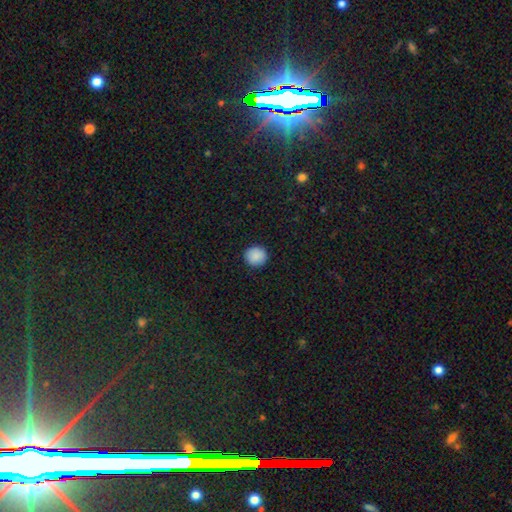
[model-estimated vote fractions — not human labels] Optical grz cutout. It shows a smooth galaxy with no disk features (89%) that is round (92%). Merging: none (91%).